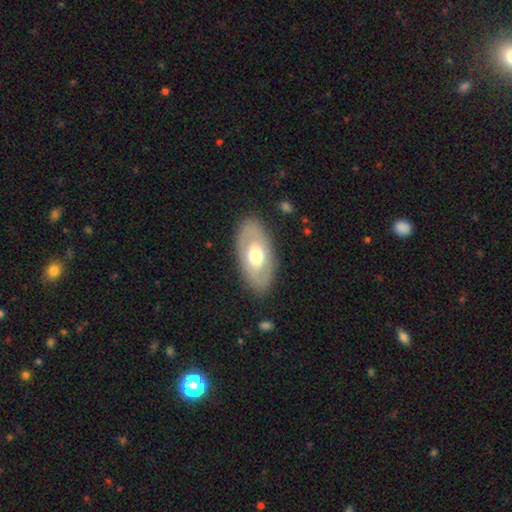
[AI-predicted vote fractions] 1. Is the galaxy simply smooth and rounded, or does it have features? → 49% smooth, 45% featured or disk, 5% star or artifact.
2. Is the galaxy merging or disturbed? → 85% none, 10% minor disturbance, 4% major disturbance, 1% merger.